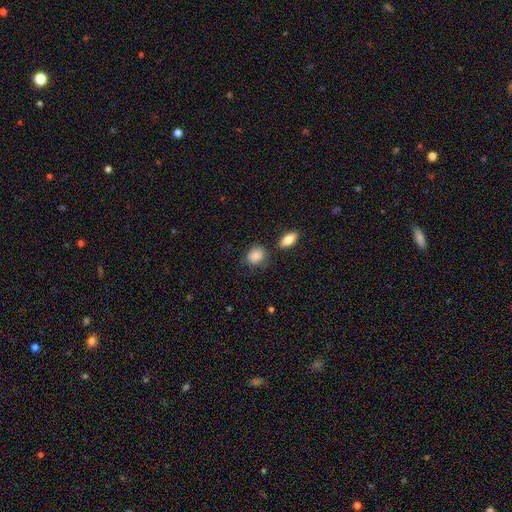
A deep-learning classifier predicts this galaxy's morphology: Smooth or featured: smooth — 85% (featured or disk — 8%)
How rounded: round — 55% (in between — 44%)
Merging: none — 65% (minor disturbance — 22%)